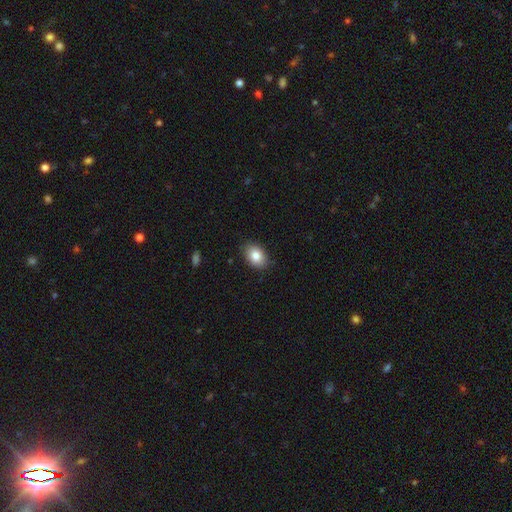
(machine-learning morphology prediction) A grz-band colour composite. It shows a smooth galaxy with no disk features (83%) that is in between round and cigar-shaped (78%). Merging: none (85%).